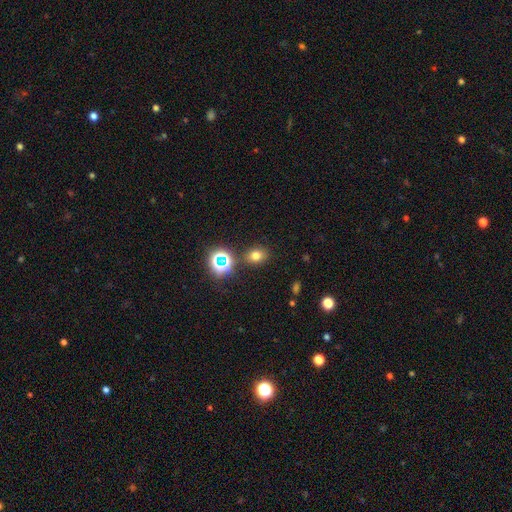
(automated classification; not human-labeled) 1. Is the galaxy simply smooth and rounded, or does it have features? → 70% smooth, 22% star or artifact, 8% featured or disk.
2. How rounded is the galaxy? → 51% round, 48% in between, 1% cigar-shaped.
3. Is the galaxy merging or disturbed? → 83% none, 9% minor disturbance, 5% merger, 3% major disturbance.